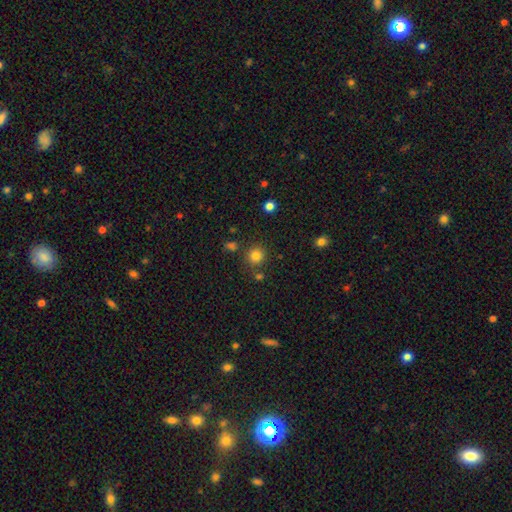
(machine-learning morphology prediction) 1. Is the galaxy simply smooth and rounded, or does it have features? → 81% smooth, 14% star or artifact, 5% featured or disk.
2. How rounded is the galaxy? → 91% round, 8% in between, 1% cigar-shaped.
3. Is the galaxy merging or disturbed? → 79% none, 10% minor disturbance, 8% merger, 4% major disturbance.